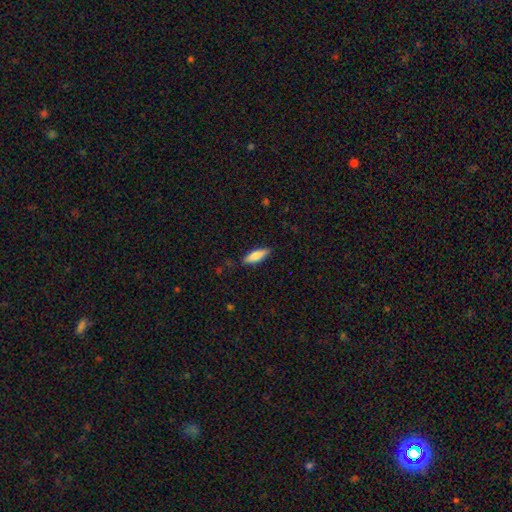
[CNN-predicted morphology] Smooth or featured: smooth — 78% (featured or disk — 16%)
How rounded: cigar-shaped — 52% (in between — 46%)
Merging: none — 85% (minor disturbance — 11%)